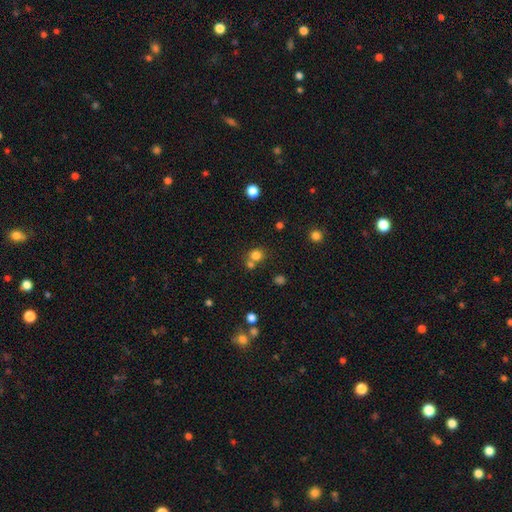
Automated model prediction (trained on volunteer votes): The model was most divided on "merging": none: 54%, merger: 34%, minor disturbance: 8%, major disturbance: 4%. More confident: how rounded — round (80%); smooth or featured — smooth (76%).